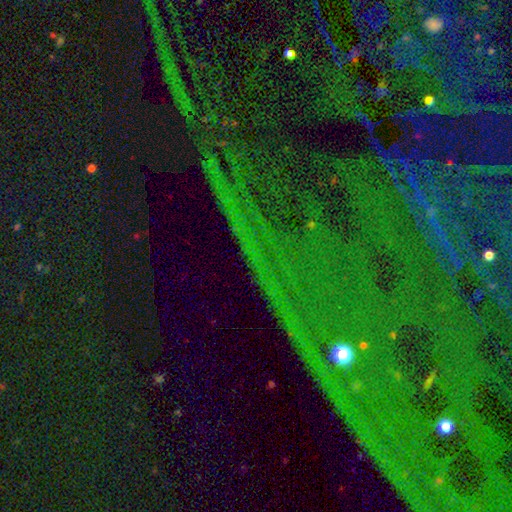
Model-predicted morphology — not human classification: type=star or artifact (82%).